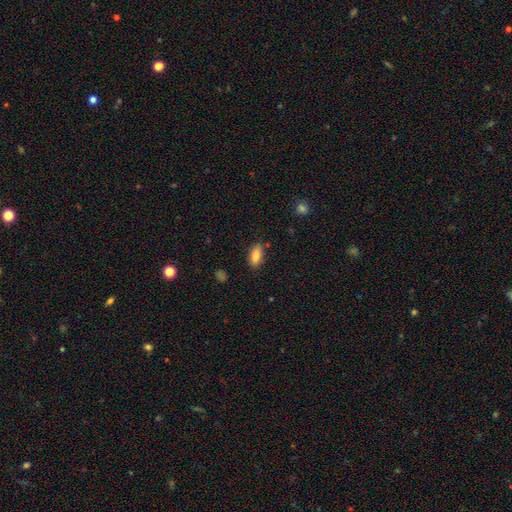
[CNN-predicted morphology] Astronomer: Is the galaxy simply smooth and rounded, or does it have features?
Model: smooth — 84%.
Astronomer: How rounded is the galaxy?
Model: in between — 85%.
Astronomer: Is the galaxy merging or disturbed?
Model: none — 84%.